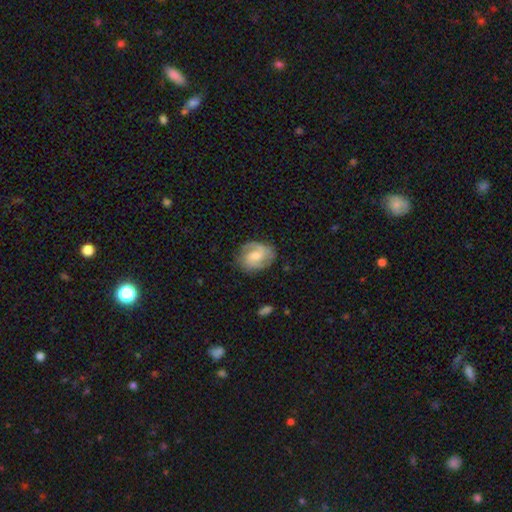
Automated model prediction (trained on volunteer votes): Q: Smooth or featured?
A: featured or disk (69%); runner-up: smooth (25%)
Q: Edge-on disk?
A: no (98%); runner-up: yes (2%)
Q: Bar?
A: no (53%); runner-up: weak (40%)
Q: Spiral arms?
A: yes (92%); runner-up: no (8%)
Q: Spiral winding?
A: medium (45%); runner-up: tight (38%)
Q: Spiral arm count?
A: 2 (60%); runner-up: can't tell (17%)
Q: Bulge size?
A: moderate (45%); runner-up: small (44%)
Q: Merging?
A: none (72%); runner-up: minor disturbance (19%)